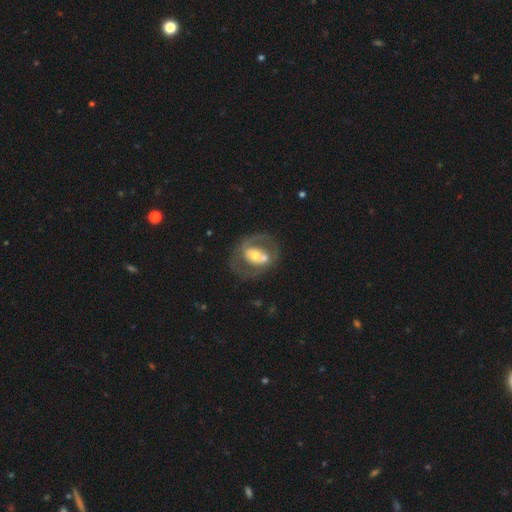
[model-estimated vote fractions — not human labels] A featured or disk galaxy (66%) with no bar (60%), no spiral arms (56%) and a moderate central bulge (59%).

Vote fractions:
- Smooth or featured? featured or disk: 66% / smooth: 28% / star or artifact: 6%
- Edge-on disk? no: 96% / yes: 4%
- Bar? no: 60% / weak: 24% / strong: 15%
- Spiral arms? no: 56% / yes: 44%
- Bulge size? moderate: 59% / small: 24% / large: 13% / none: 2% / dominant: 2%
- Merging? none: 41% / merger: 27% / major disturbance: 16% / minor disturbance: 16%